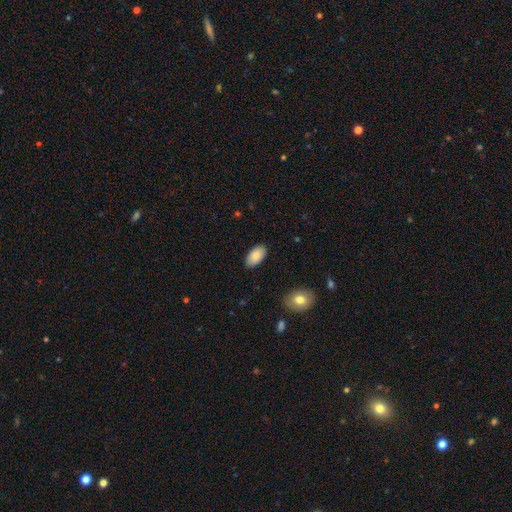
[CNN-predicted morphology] smooth 83%, featured or disk 10%, star or artifact 7%. Down the decision tree: how rounded — in between (95%); merging — none (88%).